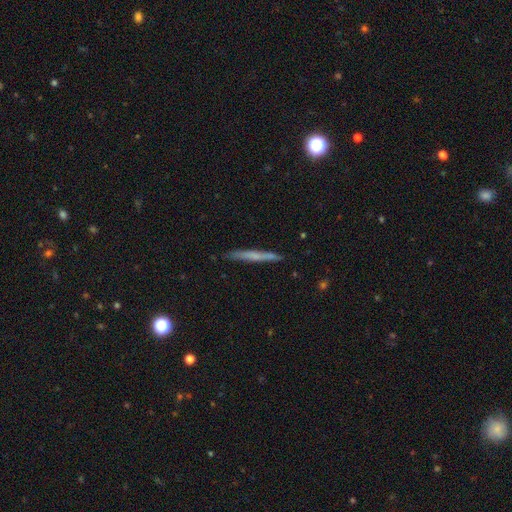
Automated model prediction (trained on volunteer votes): Smooth or featured? smooth (52%)
How rounded? cigar-shaped (96%)
Merging? none (88%)